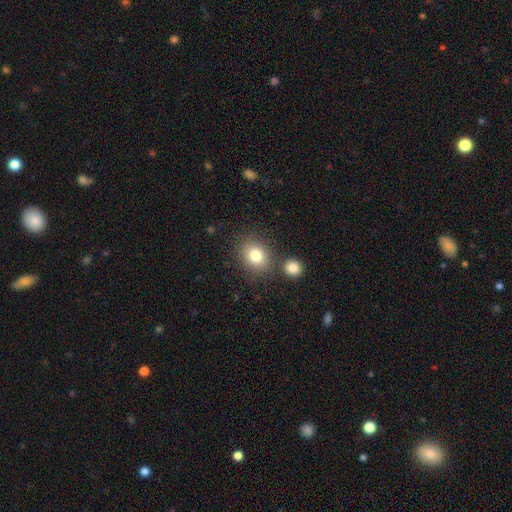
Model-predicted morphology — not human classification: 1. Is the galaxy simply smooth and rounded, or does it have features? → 80% smooth, 11% star or artifact, 9% featured or disk.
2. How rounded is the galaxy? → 60% round, 39% in between, 1% cigar-shaped.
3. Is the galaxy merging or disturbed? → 75% none, 12% merger, 10% minor disturbance, 3% major disturbance.